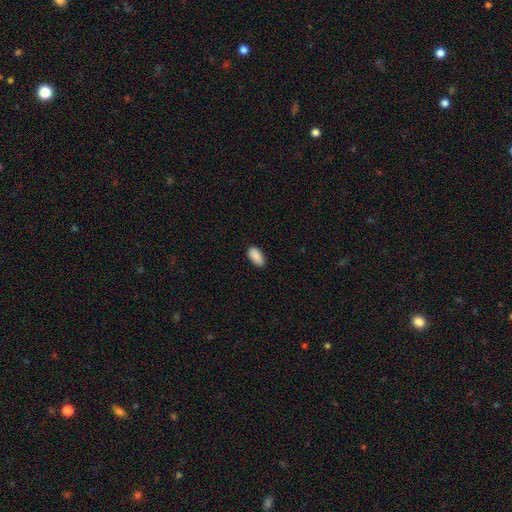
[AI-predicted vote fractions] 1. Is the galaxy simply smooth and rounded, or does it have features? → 90% smooth, 6% star or artifact, 3% featured or disk.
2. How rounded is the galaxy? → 94% in between, 4% cigar-shaped, 3% round.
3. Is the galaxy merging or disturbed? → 86% none, 11% minor disturbance, 2% major disturbance, 1% merger.